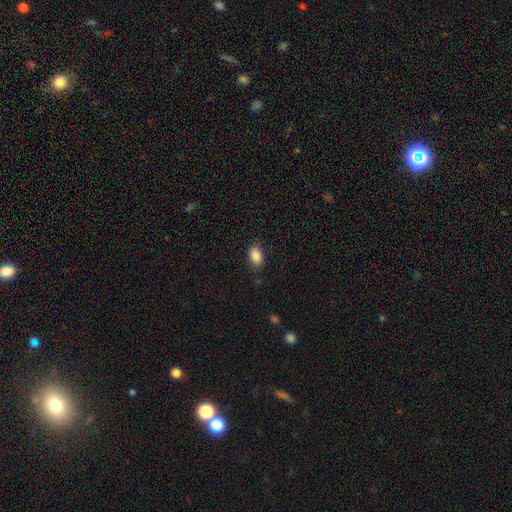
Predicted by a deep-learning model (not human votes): This appears to be a smooth galaxy with no disk features (88%) that is in between round and cigar-shaped (89%). Merging: none (83%).